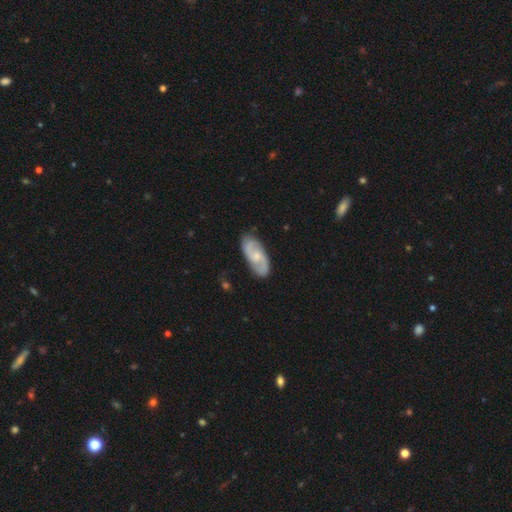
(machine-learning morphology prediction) type=featured or disk (74%); edge-on=no (95%); bar=no (54%); spiral arms=yes (94%); winding=medium (49%); arm count=2 (86%); bulge=small (53%); merging=none (81%).